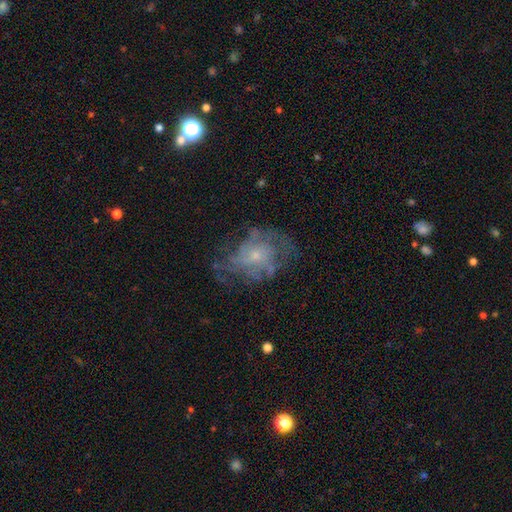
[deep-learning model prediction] This appears to be a featured or disk galaxy (69%) with no bar (81%), spiral arms (68%) and a small central bulge (71%). Merging: none (54%).